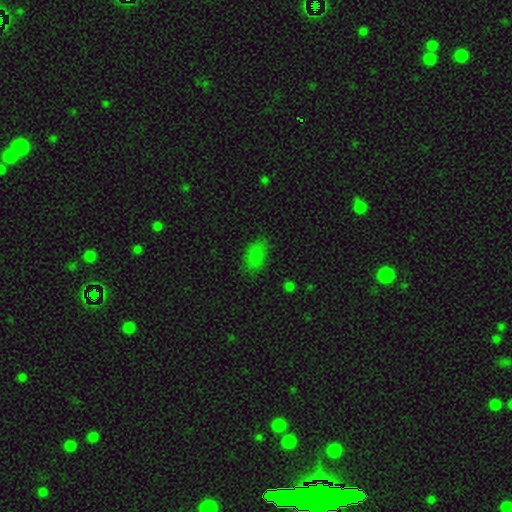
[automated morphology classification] smooth-or-featured: smooth: 79% | star or artifact: 14% | featured or disk: 7%
  how-rounded: in between: 90% | round: 7% | cigar-shaped: 3%
  merging: none: 73% | minor disturbance: 20% | major disturbance: 5% | merger: 2%